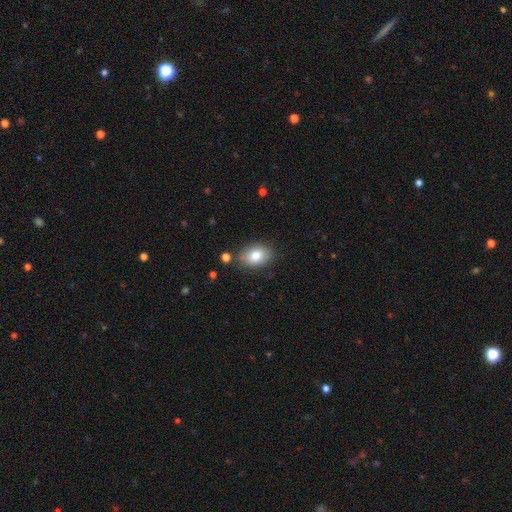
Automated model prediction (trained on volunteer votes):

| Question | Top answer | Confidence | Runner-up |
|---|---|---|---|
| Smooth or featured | smooth | 81% | featured or disk (11%) |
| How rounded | in between | 82% | round (17%) |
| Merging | none | 80% | minor disturbance (13%) |